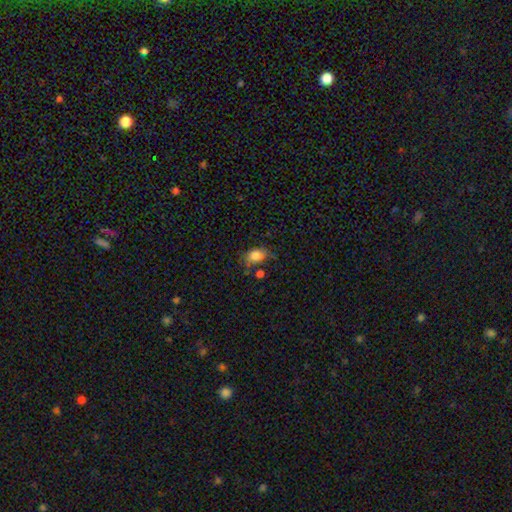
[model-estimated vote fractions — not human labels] This is clearly a smooth galaxy (82%). How rounded: likely in between (79%). Merging: possibly none (57%).